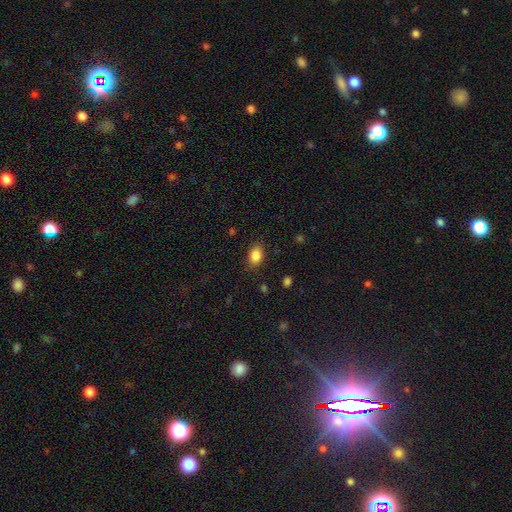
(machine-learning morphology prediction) A smooth galaxy with no disk features (86%) that is in between round and cigar-shaped (76%). Merging: none (85%).